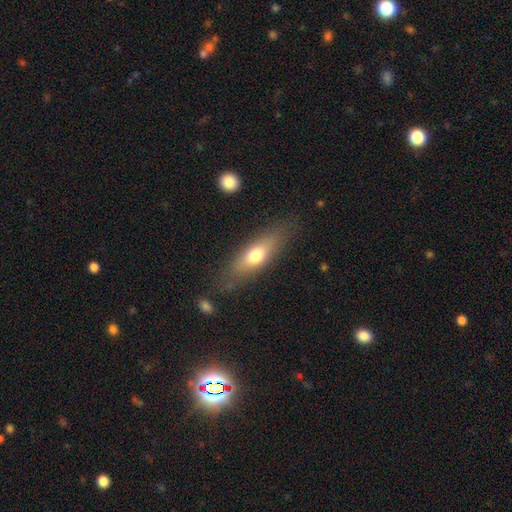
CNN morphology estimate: Smooth or featured?
  - smooth: 65% *
  - featured or disk: 28%
  - star or artifact: 8%
How rounded?
  - in between: 50% *
  - cigar-shaped: 46%
  - round: 4%
Merging?
  - none: 79% *
  - minor disturbance: 13%
  - major disturbance: 5%
  - merger: 2%